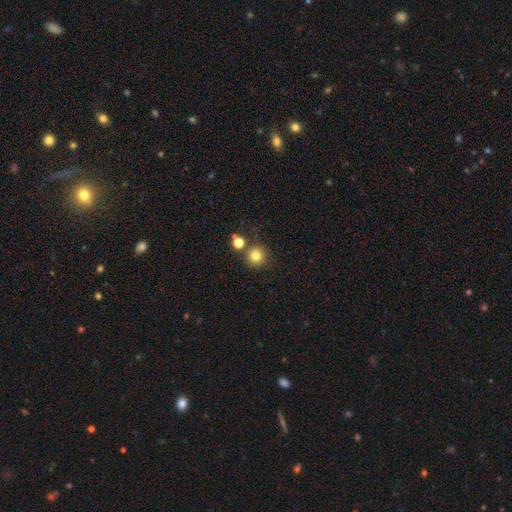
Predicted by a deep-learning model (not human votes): Overall: smooth (80%). How rounded: round (94%). Merging: none (79%).